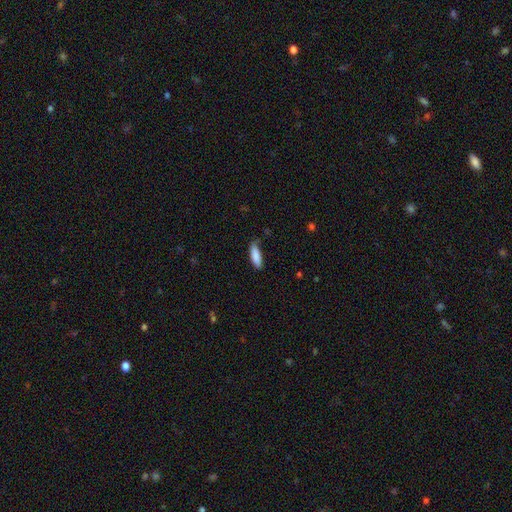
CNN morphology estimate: Q: Smooth or featured?
A: smooth (87%); runner-up: featured or disk (6%)
Q: How rounded?
A: in between (57%); runner-up: cigar-shaped (42%)
Q: Merging?
A: none (76%); runner-up: minor disturbance (19%)